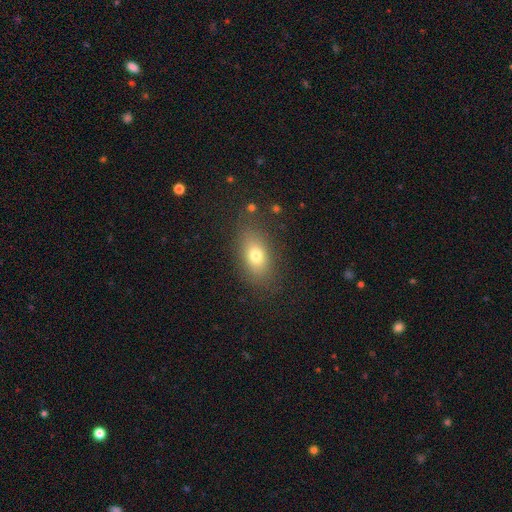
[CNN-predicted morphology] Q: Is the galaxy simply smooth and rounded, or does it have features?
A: smooth — 74%.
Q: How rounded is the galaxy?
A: in between — 82%.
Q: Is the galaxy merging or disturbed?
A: none — 80%.